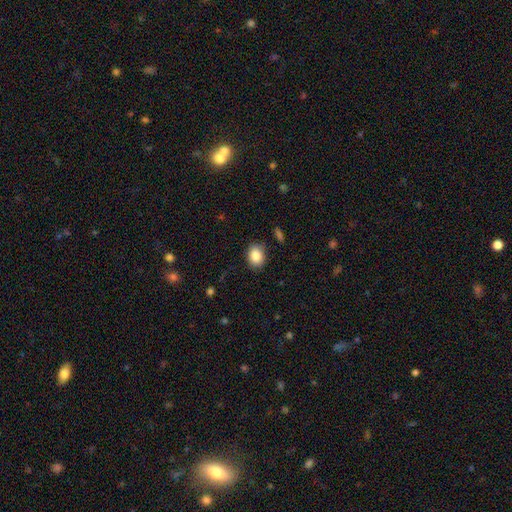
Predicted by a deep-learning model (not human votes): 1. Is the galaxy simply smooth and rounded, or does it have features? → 87% smooth, 8% star or artifact, 5% featured or disk.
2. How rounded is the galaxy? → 62% in between, 37% round, 1% cigar-shaped.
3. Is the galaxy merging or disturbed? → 85% none, 11% minor disturbance, 3% major disturbance, 1% merger.